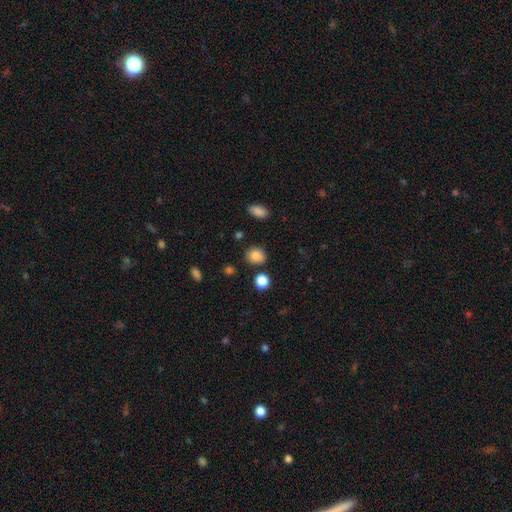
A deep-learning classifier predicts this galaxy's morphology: smooth-or-featured: smooth: 85% | star or artifact: 11% | featured or disk: 4%
  how-rounded: round: 72% | in between: 27% | cigar-shaped: 1%
  merging: none: 82% | minor disturbance: 11% | merger: 4% | major disturbance: 3%